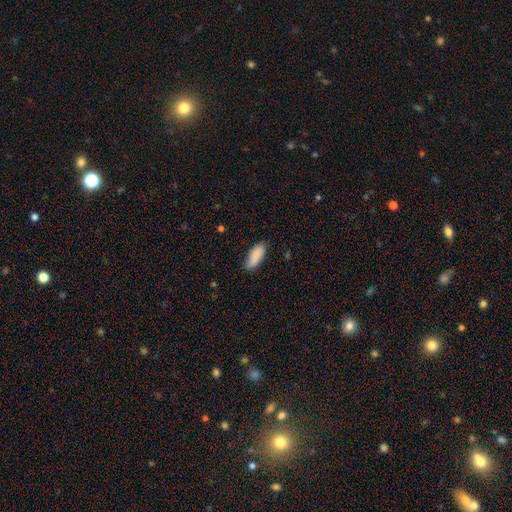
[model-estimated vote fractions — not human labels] This is clearly a smooth galaxy (86%). How rounded: likely in between (78%). Merging: likely none (77%).